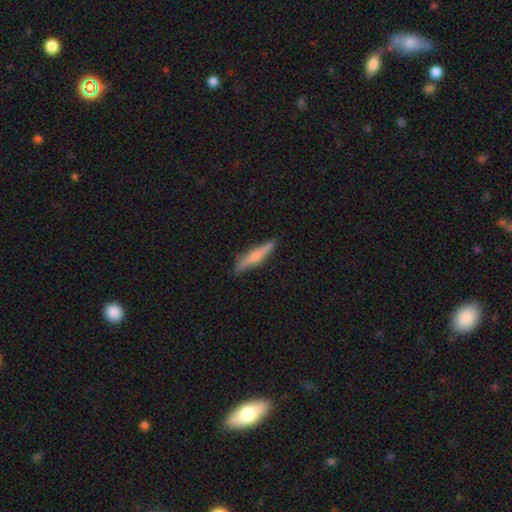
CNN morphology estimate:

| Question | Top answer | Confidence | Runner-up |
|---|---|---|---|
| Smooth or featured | featured or disk | 50% | smooth (44%) |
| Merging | none | 86% | minor disturbance (11%) |